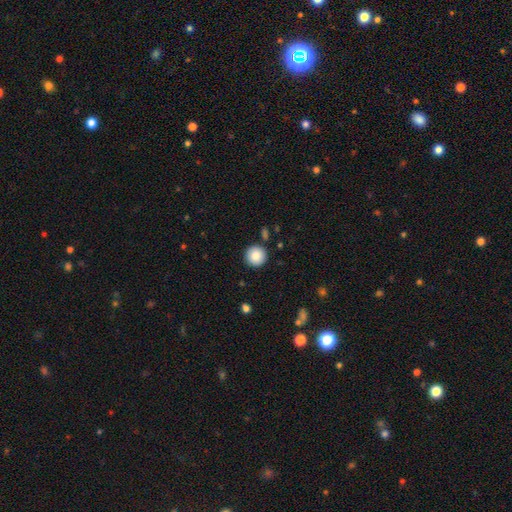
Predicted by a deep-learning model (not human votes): Smooth or featured?
  - smooth: 86% *
  - star or artifact: 8%
  - featured or disk: 6%
How rounded?
  - round: 96% *
  - in between: 3%
  - cigar-shaped: 1%
Merging?
  - none: 90% *
  - minor disturbance: 6%
  - merger: 2%
  - major disturbance: 2%